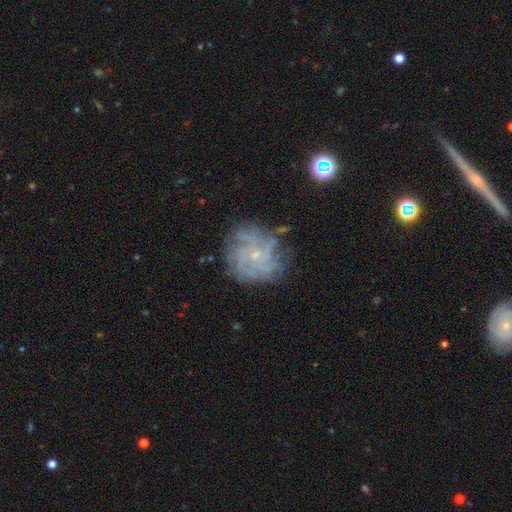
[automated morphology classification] A featured or disk galaxy (79%) with no bar (77%), tight (62%) spiral arms (93%) and a small central bulge (80%). Merging: none (74%).